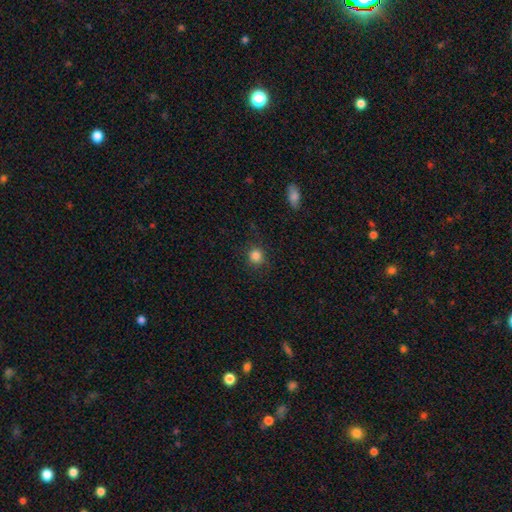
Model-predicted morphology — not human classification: The model was most divided on "smooth or featured": smooth: 84%, star or artifact: 12%, featured or disk: 5%. More confident: how rounded — round (90%); merging — none (86%).